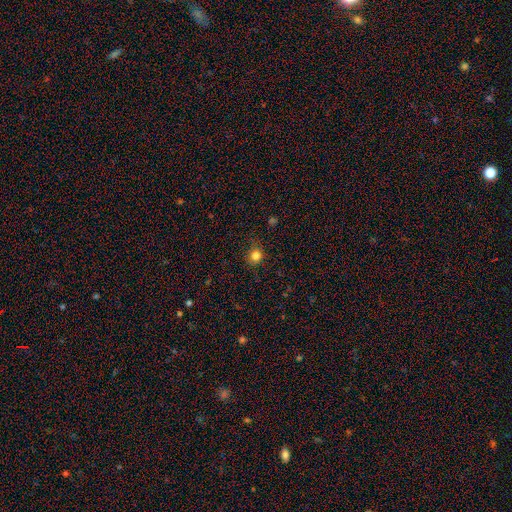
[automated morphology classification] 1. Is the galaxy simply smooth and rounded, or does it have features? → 82% smooth, 13% star or artifact, 4% featured or disk.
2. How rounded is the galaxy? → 87% round, 12% in between, 1% cigar-shaped.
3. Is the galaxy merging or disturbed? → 83% none, 12% minor disturbance, 4% major disturbance, 1% merger.